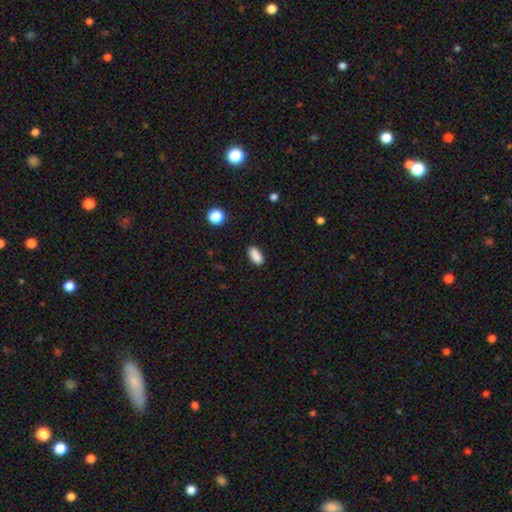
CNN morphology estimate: This appears to be a smooth galaxy with no disk features (88%) that is in between round and cigar-shaped (88%). Merging: none (88%).